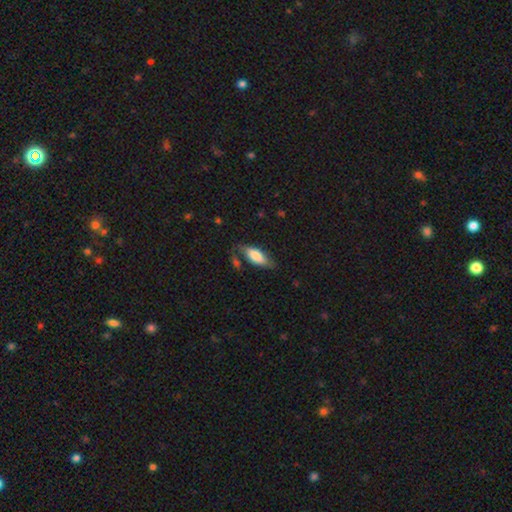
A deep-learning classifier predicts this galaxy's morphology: Q: Smooth or featured?
A: smooth (71%); runner-up: featured or disk (22%)
Q: How rounded?
A: in between (77%); runner-up: cigar-shaped (20%)
Q: Merging?
A: none (57%); runner-up: minor disturbance (27%)